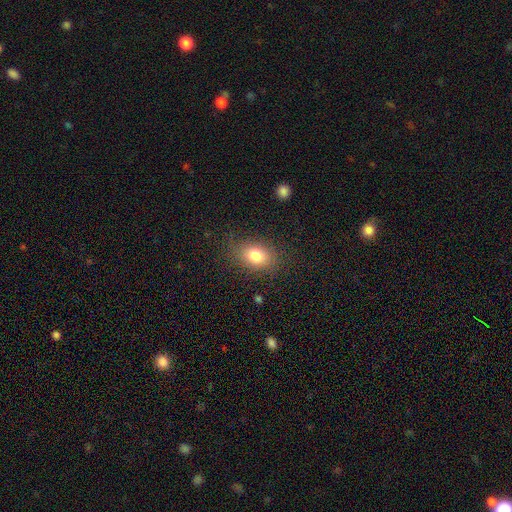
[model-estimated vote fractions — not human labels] A smooth galaxy with no disk features (79%) that is in between round and cigar-shaped (74%).

Vote fractions:
- Smooth or featured? smooth: 79% / featured or disk: 11% / star or artifact: 10%
- How rounded? in between: 74% / round: 25% / cigar-shaped: 1%
- Merging? none: 79% / minor disturbance: 14% / major disturbance: 5% / merger: 1%